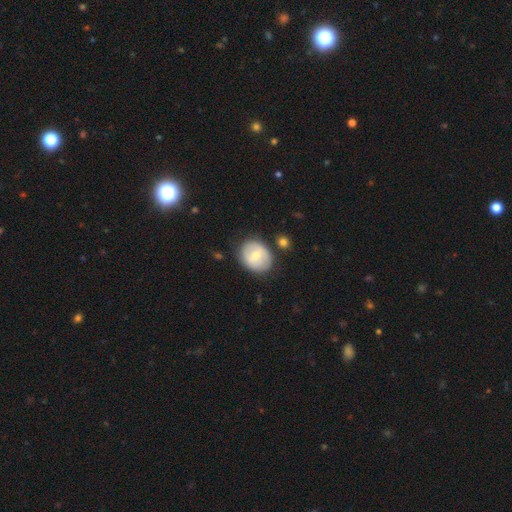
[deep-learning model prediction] Overall: smooth (62%; featured or disk 32%). How rounded: round (61%; in between 38%). Merging: none (78%).